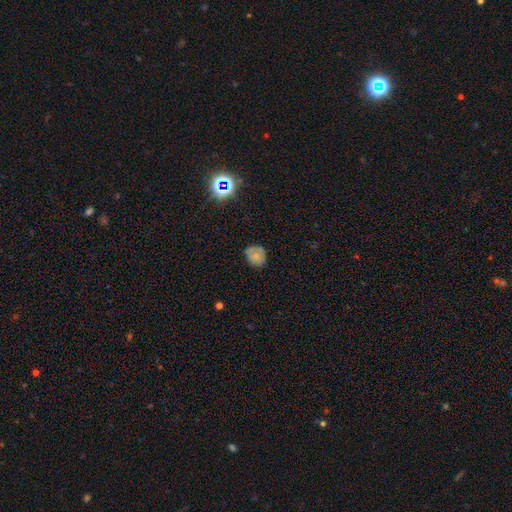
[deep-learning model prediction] smooth_or_featured: smooth (p=0.69) [alt: featured or disk p=0.19]
how_rounded: round (p=0.68) [alt: in between p=0.31]
merging: none (p=0.68) [alt: minor disturbance p=0.24]